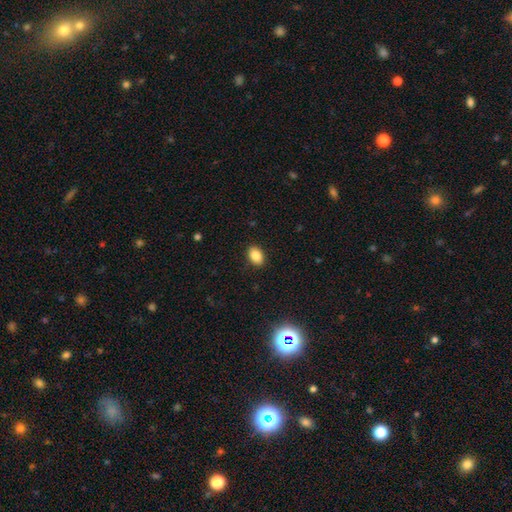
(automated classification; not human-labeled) Smooth or featured? smooth (87%)
How rounded? in between (86%)
Merging? none (89%)